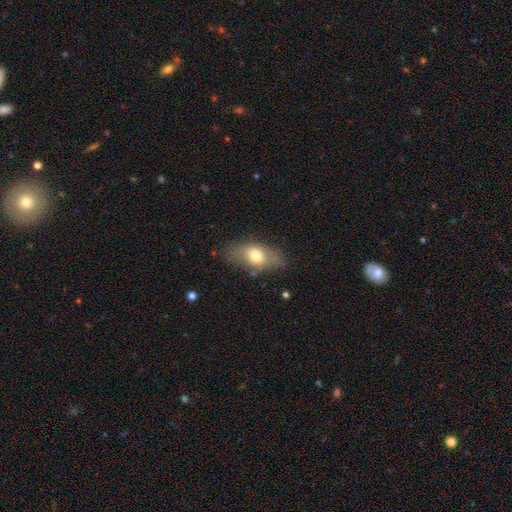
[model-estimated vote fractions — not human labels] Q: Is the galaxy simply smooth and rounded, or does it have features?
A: smooth — 67%.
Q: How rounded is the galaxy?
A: in between — 84%.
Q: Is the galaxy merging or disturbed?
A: none — 73%.